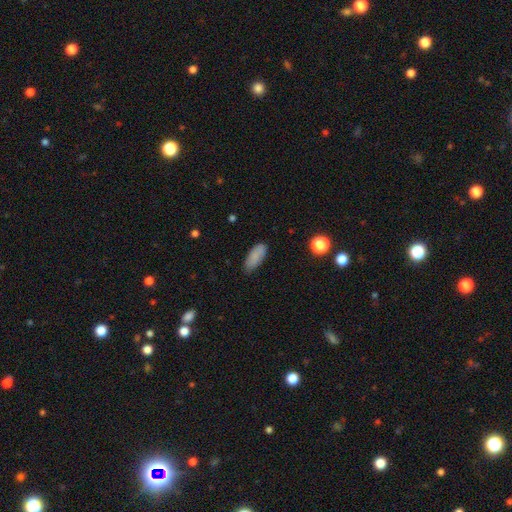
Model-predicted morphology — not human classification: The model was most divided on "merging": none: 76%, minor disturbance: 19%, major disturbance: 4%, merger: 2%. More confident: smooth or featured — smooth (84%); how rounded — in between (82%).